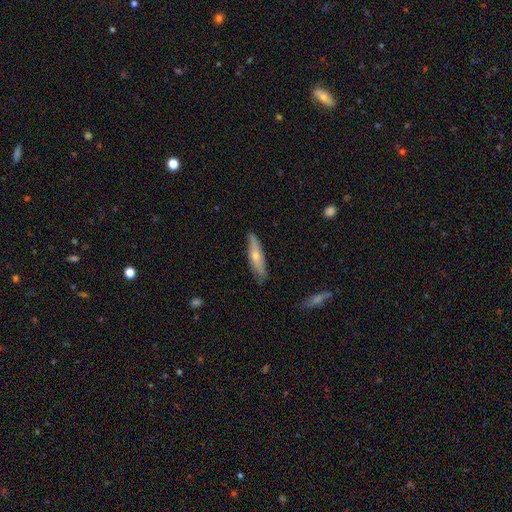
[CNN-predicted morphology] Smooth or featured? Predicted: featured or disk (p=0.49). Merging? Predicted: none (p=0.82).